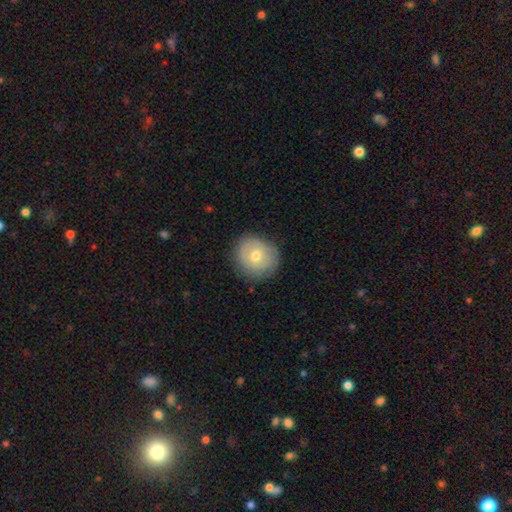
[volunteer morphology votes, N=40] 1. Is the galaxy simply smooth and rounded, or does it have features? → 65% smooth, 30% featured or disk, 5% star or artifact.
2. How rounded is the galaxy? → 85% round, 15% in between, 0% cigar-shaped.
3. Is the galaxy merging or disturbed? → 66% none, 26% minor disturbance, 8% major disturbance, 0% merger.